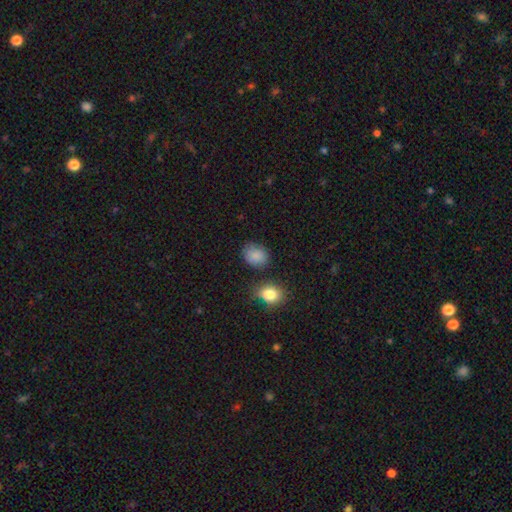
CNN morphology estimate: smooth_or_featured: smooth (p=0.86) [alt: star or artifact p=0.09]
how_rounded: in between (p=0.51) [alt: round p=0.48]
merging: none (p=0.75) [alt: minor disturbance p=0.17]